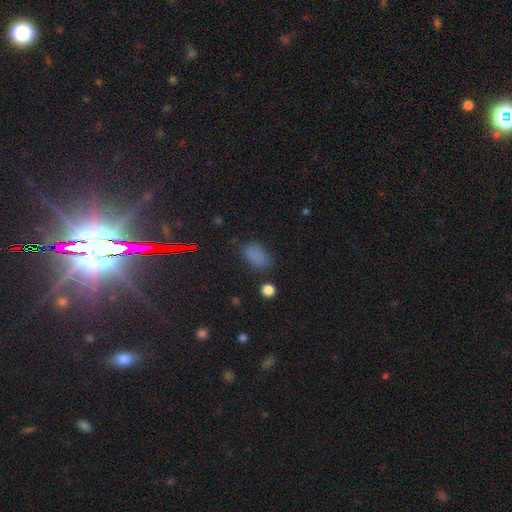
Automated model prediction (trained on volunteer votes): Overall: smooth (78%). How rounded: in between (89%). Merging: none (72%).